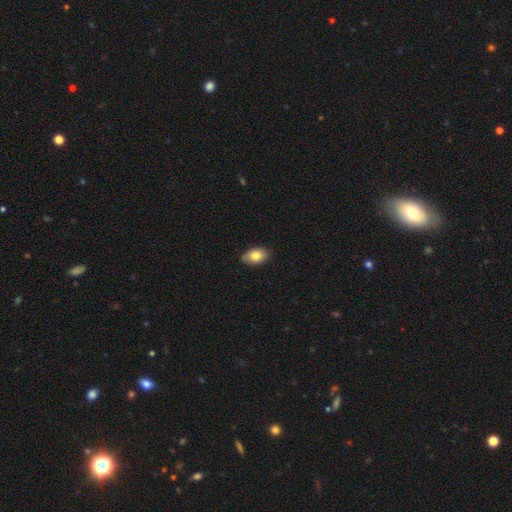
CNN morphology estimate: smooth 82%, featured or disk 11%, star or artifact 7%. Down the decision tree: how rounded — in between (89%); merging — none (84%).